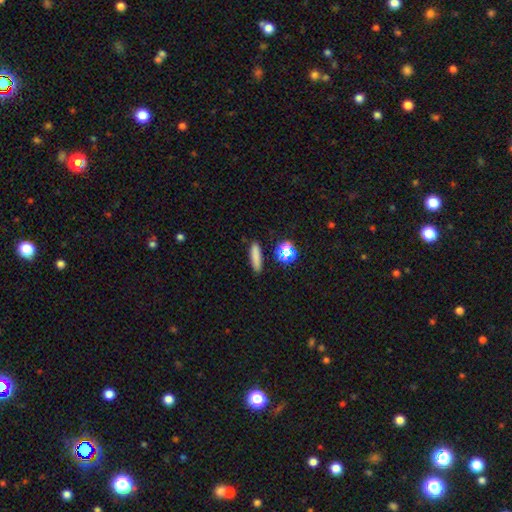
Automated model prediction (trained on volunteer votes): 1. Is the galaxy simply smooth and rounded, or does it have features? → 79% smooth, 13% star or artifact, 8% featured or disk.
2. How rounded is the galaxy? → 75% cigar-shaped, 21% in between, 4% round.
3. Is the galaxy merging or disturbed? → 86% none, 9% minor disturbance, 3% merger, 2% major disturbance.